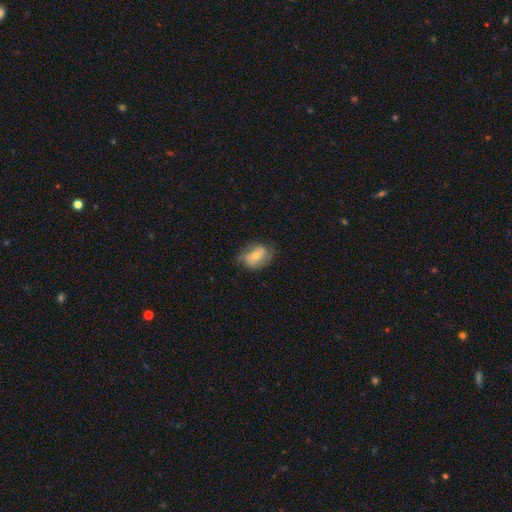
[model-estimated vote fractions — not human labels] Q: Smooth or featured?
A: smooth (57%); runner-up: featured or disk (35%)
Q: How rounded?
A: in between (70%); runner-up: round (28%)
Q: Merging?
A: none (62%); runner-up: minor disturbance (28%)